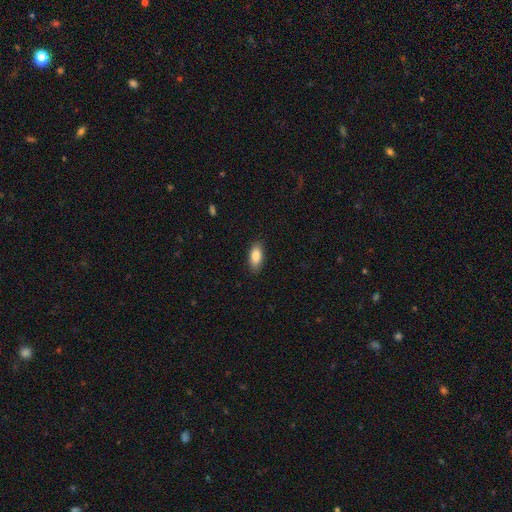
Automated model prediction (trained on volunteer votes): Smooth or featured: smooth — 86% (featured or disk — 7%)
How rounded: in between — 88% (cigar-shaped — 10%)
Merging: none — 88% (minor disturbance — 9%)